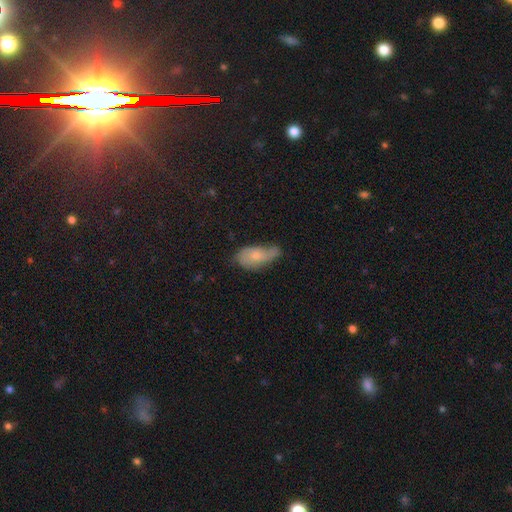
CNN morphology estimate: The model was most divided on "merging": minor disturbance: 40%, none: 39%, major disturbance: 18%, merger: 4%. More confident: how rounded — in between (89%); smooth or featured — smooth (55%).